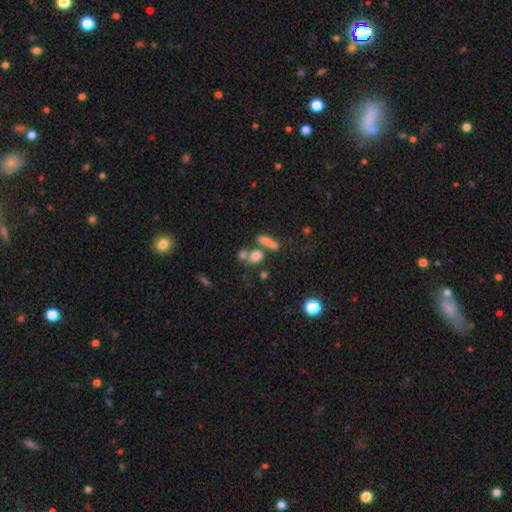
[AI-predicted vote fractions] smooth-or-featured: smooth: 75% | star or artifact: 14% | featured or disk: 11%
  how-rounded: round: 60% | in between: 29% | cigar-shaped: 11%
  merging: none: 53% | merger: 30% | minor disturbance: 10% | major disturbance: 6%